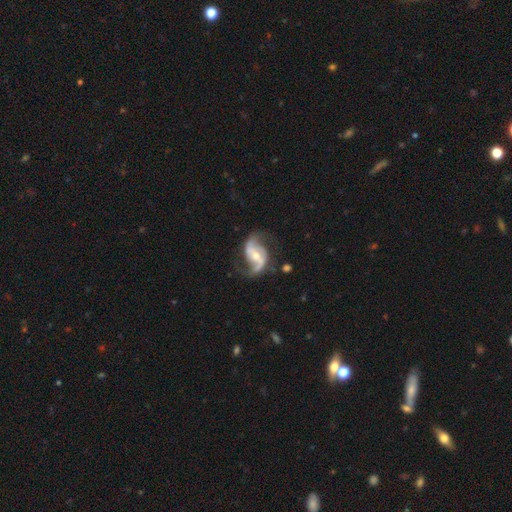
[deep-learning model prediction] smooth-or-featured: featured or disk: 89% | smooth: 6% | star or artifact: 5%
  disk-edge-on: no: 97% | yes: 3%
    bar: weak: 39% | no: 32% | strong: 29%
    has-spiral-arms: yes: 96% | no: 4%
      spiral-winding: loose: 58% | medium: 34% | tight: 8%
      spiral-arm-count: 2: 92% | 1: 2% | can't tell: 2% | 3: 1% | 4: 1% | more than 4: 1%
    bulge-size: moderate: 55% | small: 40% | large: 3% | none: 2% | dominant: 1%
  merging: none: 69% | minor disturbance: 18% | major disturbance: 10% | merger: 2%